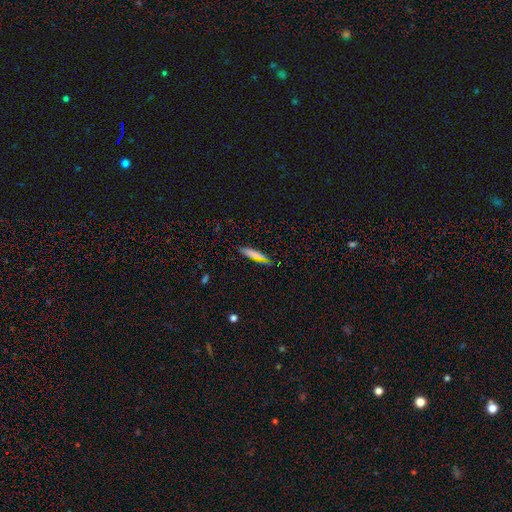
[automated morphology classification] smooth 73%, featured or disk 17%, star or artifact 11%. Down the decision tree: how rounded — cigar-shaped (78%); merging — none (83%).